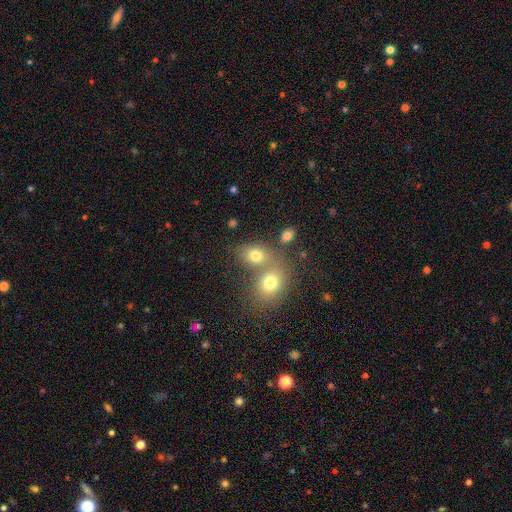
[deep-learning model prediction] Morphology: type=smooth (74%); roundness=in between (58%); merging=merger (50%).